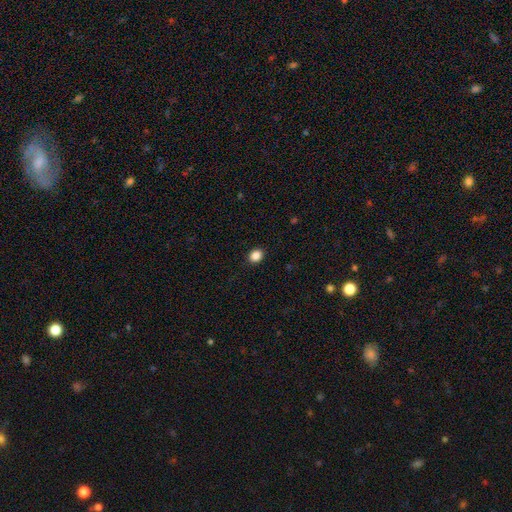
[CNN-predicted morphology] smooth-or-featured: smooth: 87% | star or artifact: 10% | featured or disk: 3%
  how-rounded: round: 55% | in between: 45% | cigar-shaped: 1%
  merging: none: 90% | minor disturbance: 7% | major disturbance: 2% | merger: 1%